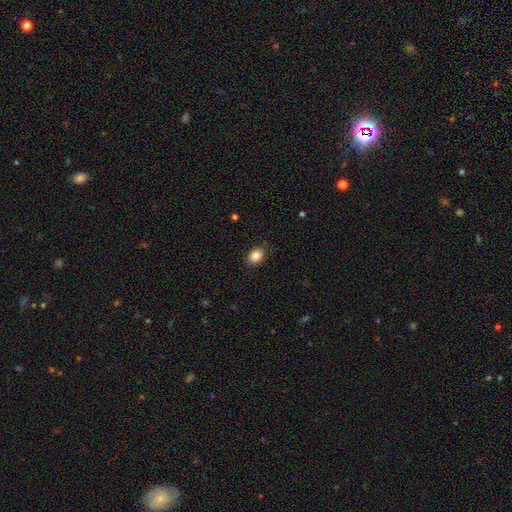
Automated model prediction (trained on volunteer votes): Morphology: type=smooth (85%); roundness=in between (78%); merging=none (86%).